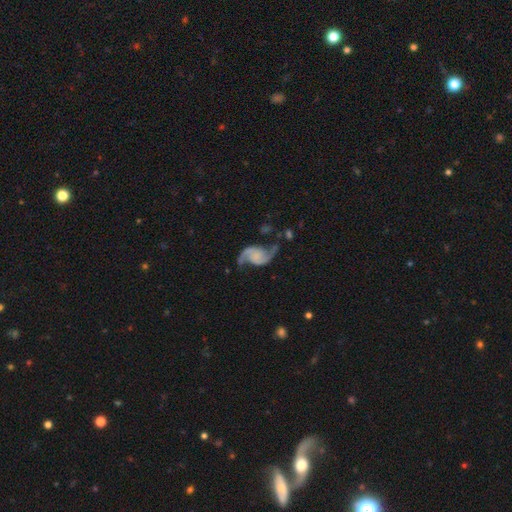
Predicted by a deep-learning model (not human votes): Smooth or featured: featured or disk — 90% (smooth — 5%)
Edge-on disk: no — 98% (yes — 2%)
Bar: no — 64% (weak — 28%)
Spiral arms: yes — 97% (no — 3%)
Spiral winding: loose — 68% (medium — 26%)
Spiral arm count: 2 — 94% (1 — 1%)
Bulge size: none — 64% (small — 20%)
Merging: none — 72% (minor disturbance — 16%)